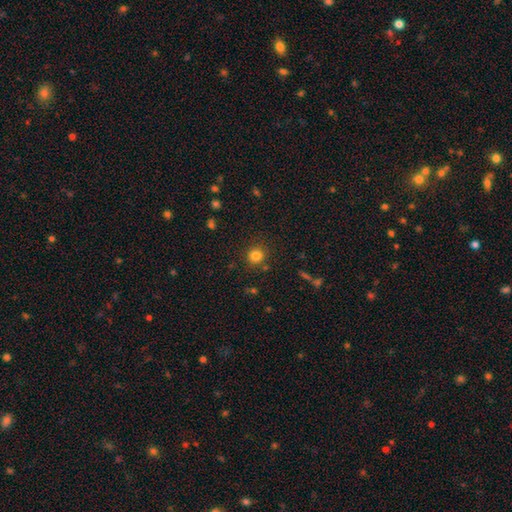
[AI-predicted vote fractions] This appears to be a smooth galaxy with no disk features (82%) that is round (89%). Merging: none (85%).